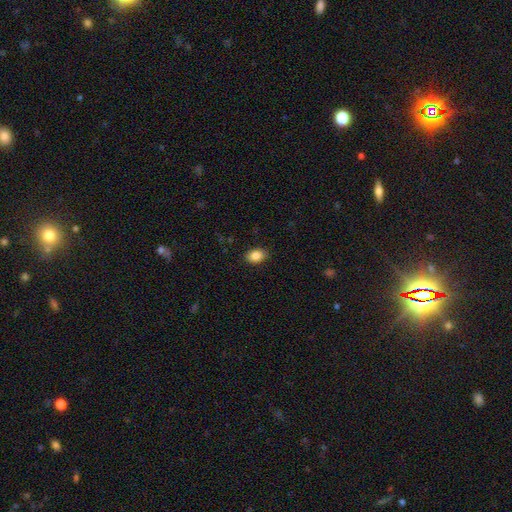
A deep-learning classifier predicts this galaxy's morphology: smooth 86%, star or artifact 8%, featured or disk 6%. Down the decision tree: how rounded — in between (80%); merging — none (88%).